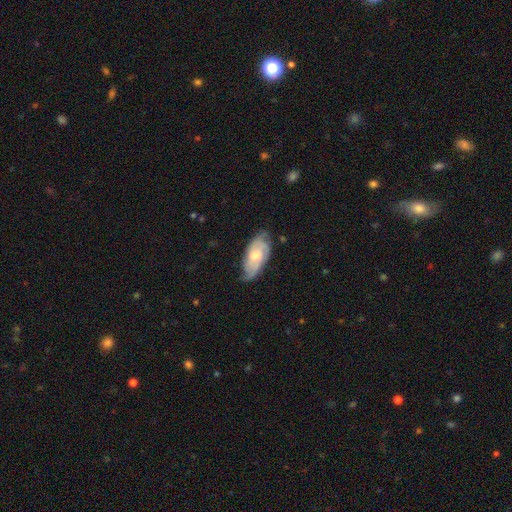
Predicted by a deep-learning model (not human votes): Smooth or featured? Predicted: featured or disk (p=0.59). Edge-on disk? Predicted: no (p=0.91). Bar? Predicted: no (p=0.70). Spiral arms? Predicted: yes (p=0.86). Bulge size? Predicted: moderate (p=0.60). Merging? Predicted: none (p=0.60).